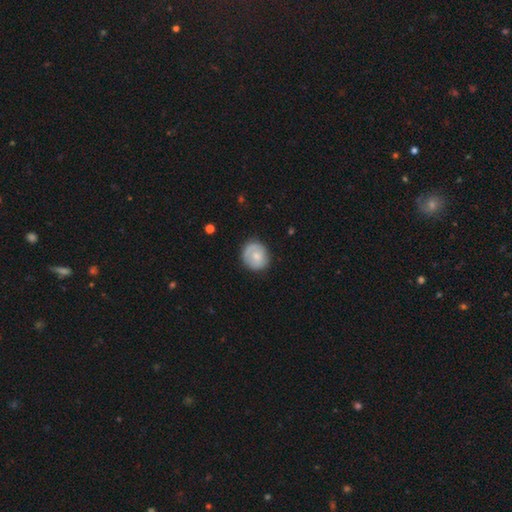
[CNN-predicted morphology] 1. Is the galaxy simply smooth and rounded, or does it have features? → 62% smooth, 32% featured or disk, 6% star or artifact.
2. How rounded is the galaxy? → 84% round, 15% in between, 1% cigar-shaped.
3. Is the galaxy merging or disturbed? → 77% none, 17% minor disturbance, 5% major disturbance, 1% merger.